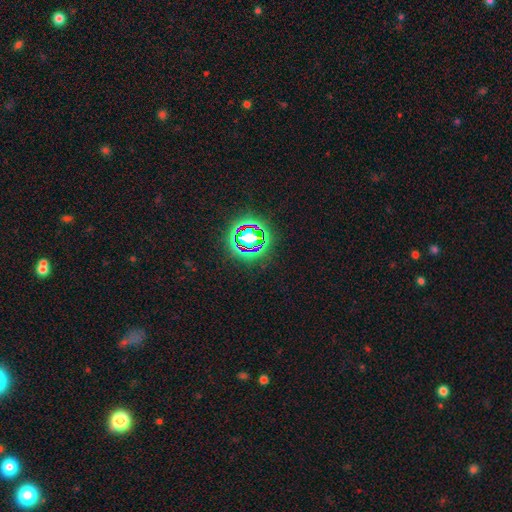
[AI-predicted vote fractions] Smooth or featured? Predicted: star or artifact (p=0.78).